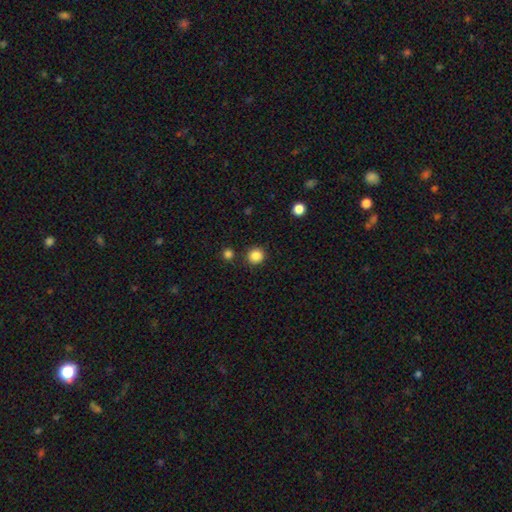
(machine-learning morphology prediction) The model was most divided on "smooth or featured": smooth: 86%, star or artifact: 11%, featured or disk: 3%. More confident: how rounded — round (91%); merging — none (88%).